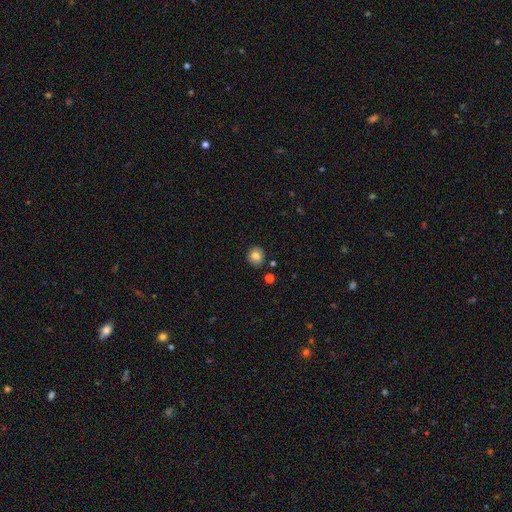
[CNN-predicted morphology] This is clearly a smooth galaxy (81%). How rounded: clearly round (82%). Merging: clearly none (87%).